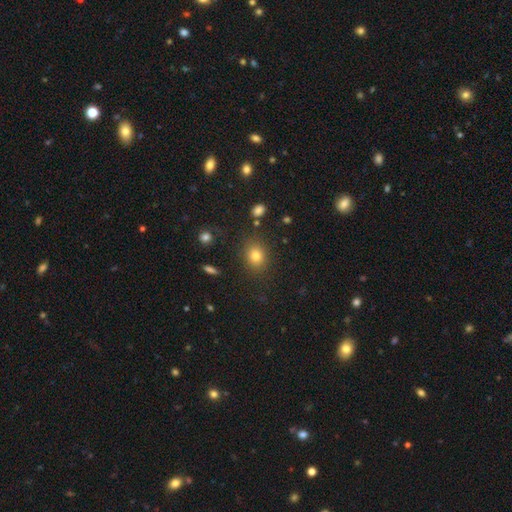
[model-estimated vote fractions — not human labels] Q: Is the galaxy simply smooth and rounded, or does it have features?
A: smooth — 79%.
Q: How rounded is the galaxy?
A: round — 60%.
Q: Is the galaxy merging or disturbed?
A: none — 85%.